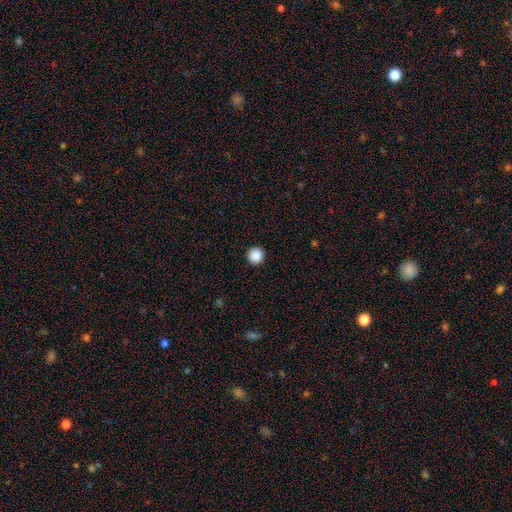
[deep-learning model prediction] A smooth galaxy with no disk features (88%) that is round (96%). Merging: none (93%).